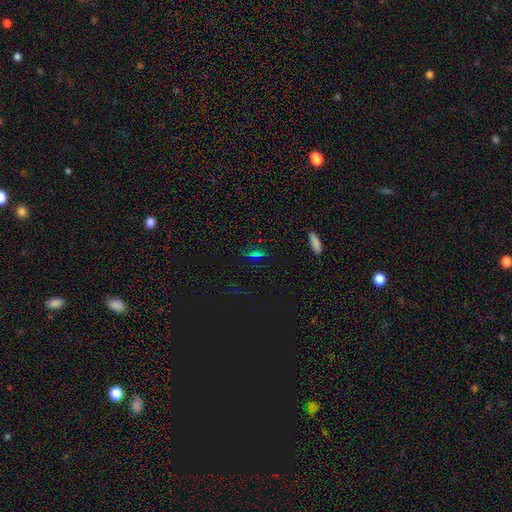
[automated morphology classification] This is marginally a smooth galaxy (40%, tied with star or artifact). Merging: clearly none (81%).